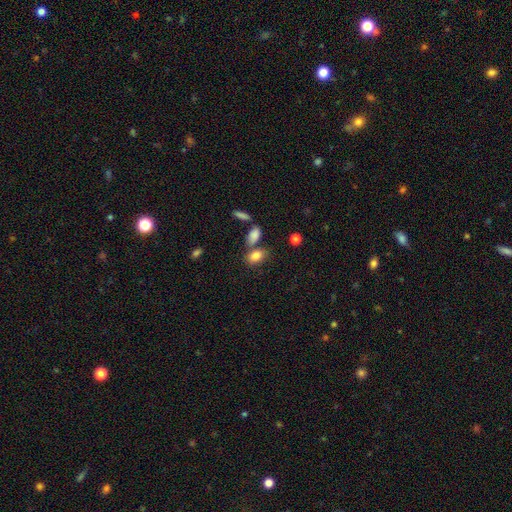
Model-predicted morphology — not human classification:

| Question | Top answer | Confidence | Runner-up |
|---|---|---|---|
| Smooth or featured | smooth | 83% | star or artifact (9%) |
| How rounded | in between | 82% | round (15%) |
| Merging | none | 57% | merger (25%) |